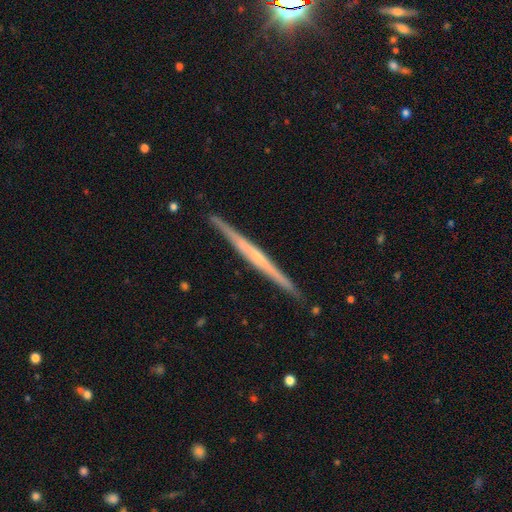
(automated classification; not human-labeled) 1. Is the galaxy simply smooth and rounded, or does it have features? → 70% featured or disk, 25% smooth, 5% star or artifact.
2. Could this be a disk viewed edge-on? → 98% yes, 2% no.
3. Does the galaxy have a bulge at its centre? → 65% none, 26% rounded, 9% boxy.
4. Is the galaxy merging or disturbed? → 91% none, 7% minor disturbance, 1% major disturbance, 1% merger.